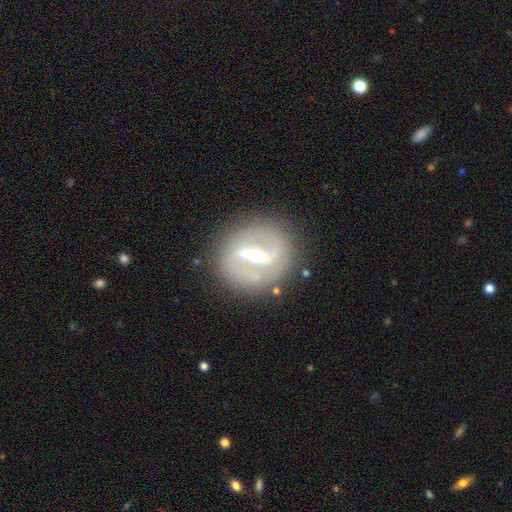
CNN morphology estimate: This appears to be a featured or disk galaxy (80%) with a strong bar (72%), spiral arms (62%) and a moderate central bulge (50%). Merging: none (80%).